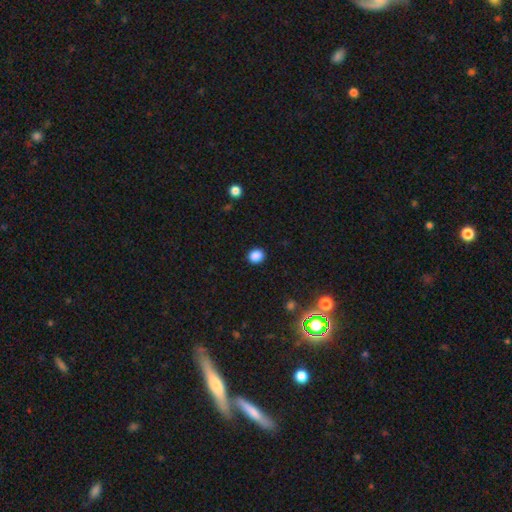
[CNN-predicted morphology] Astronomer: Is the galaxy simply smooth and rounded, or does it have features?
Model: smooth — 87%.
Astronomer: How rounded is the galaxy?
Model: round — 72%.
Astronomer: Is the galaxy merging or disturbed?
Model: none — 91%.